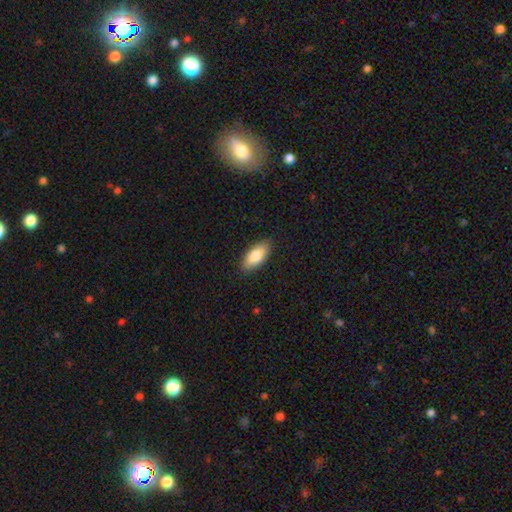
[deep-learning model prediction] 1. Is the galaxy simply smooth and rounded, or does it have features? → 83% smooth, 11% featured or disk, 6% star or artifact.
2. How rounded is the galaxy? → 88% in between, 10% cigar-shaped, 2% round.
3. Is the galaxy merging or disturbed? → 87% none, 10% minor disturbance, 2% major disturbance, 1% merger.